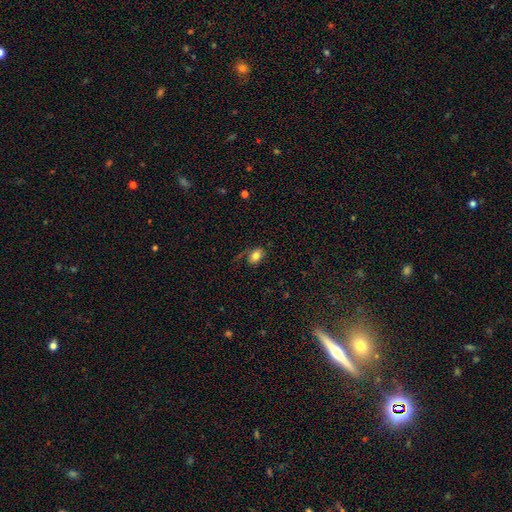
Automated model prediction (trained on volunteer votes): A smooth galaxy with no disk features (78%) that is in between round and cigar-shaped (82%).

Vote fractions:
- Smooth or featured? smooth: 78% / featured or disk: 12% / star or artifact: 10%
- How rounded? in between: 82% / round: 17% / cigar-shaped: 2%
- Merging? none: 67% / minor disturbance: 19% / major disturbance: 11% / merger: 3%